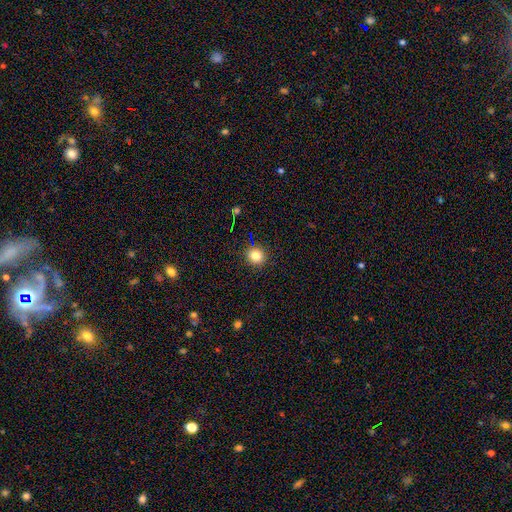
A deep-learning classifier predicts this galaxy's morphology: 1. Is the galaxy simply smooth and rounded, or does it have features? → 81% smooth, 12% star or artifact, 6% featured or disk.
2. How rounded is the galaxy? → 87% round, 12% in between, 1% cigar-shaped.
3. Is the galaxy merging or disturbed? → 91% none, 6% minor disturbance, 2% major disturbance, 1% merger.